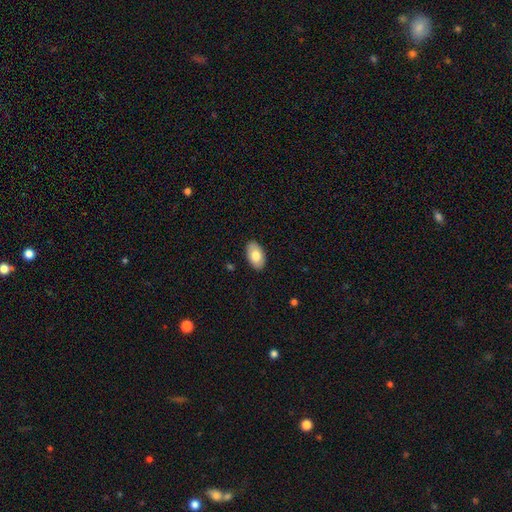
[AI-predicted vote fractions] Smooth or featured: smooth — 77% (featured or disk — 17%)
How rounded: in between — 94% (round — 5%)
Merging: none — 89% (minor disturbance — 9%)